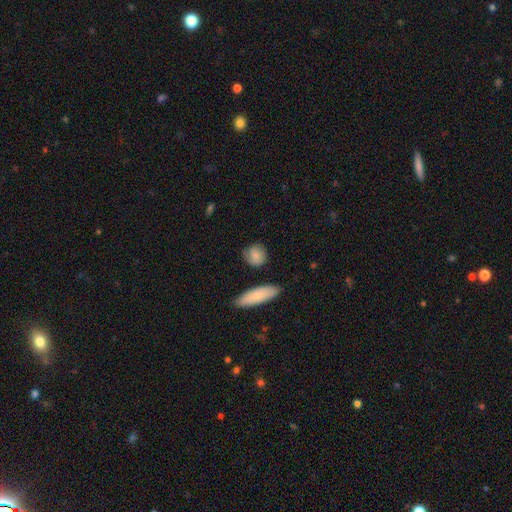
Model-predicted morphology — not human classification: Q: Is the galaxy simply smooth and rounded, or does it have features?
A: smooth — 79%.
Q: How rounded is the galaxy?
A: round — 70%.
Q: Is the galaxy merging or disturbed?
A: none — 73%.